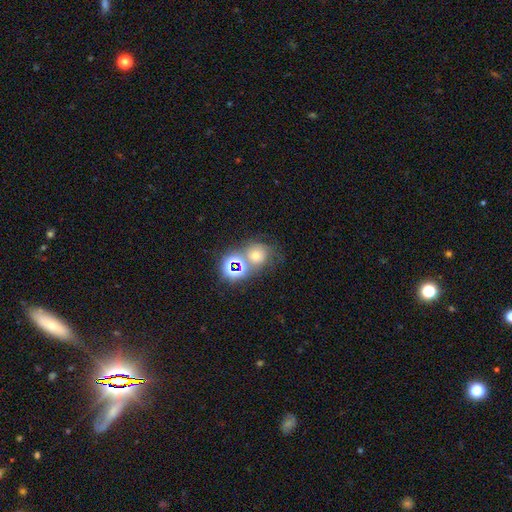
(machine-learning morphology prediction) Smooth or featured? smooth (44%)
Merging? none (47%)